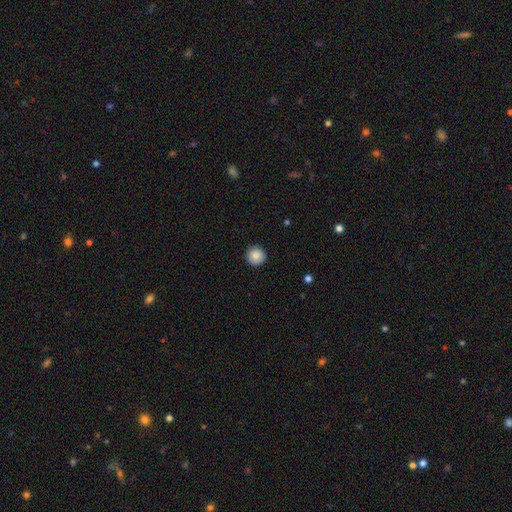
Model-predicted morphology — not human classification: Overall: smooth (87%). How rounded: round (95%). Merging: none (91%).